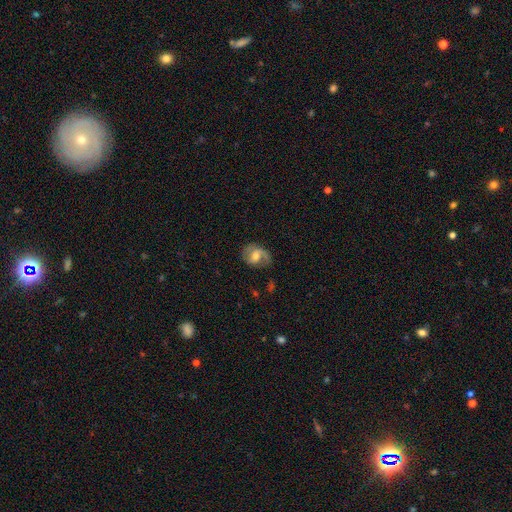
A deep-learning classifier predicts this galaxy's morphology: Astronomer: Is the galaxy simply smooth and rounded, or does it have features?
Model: featured or disk — 65%.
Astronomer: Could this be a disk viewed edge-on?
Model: no — 97%.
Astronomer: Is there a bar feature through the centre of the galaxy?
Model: weak — 49% (runner-up: no, 36%).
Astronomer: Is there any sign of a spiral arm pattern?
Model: yes — 88%.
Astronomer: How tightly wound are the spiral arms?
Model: medium — 45% (runner-up: loose, 35%).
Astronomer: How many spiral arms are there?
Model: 2 — 66%.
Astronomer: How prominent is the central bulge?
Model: moderate — 62%.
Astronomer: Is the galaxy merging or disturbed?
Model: none — 62%.